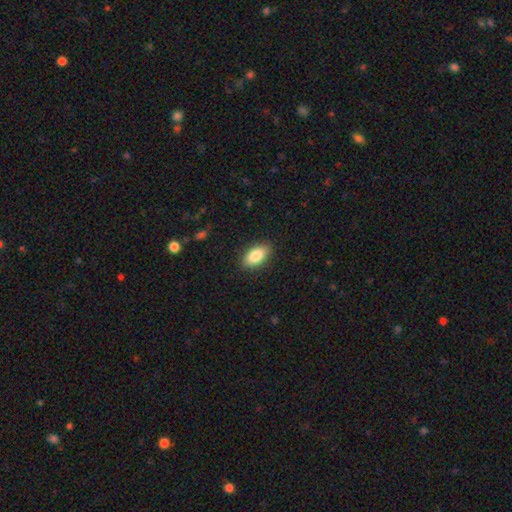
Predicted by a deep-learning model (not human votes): Smooth or featured?
  - smooth: 84% *
  - featured or disk: 9%
  - star or artifact: 7%
How rounded?
  - in between: 91% *
  - cigar-shaped: 5%
  - round: 5%
Merging?
  - none: 88% *
  - minor disturbance: 9%
  - major disturbance: 2%
  - merger: 1%